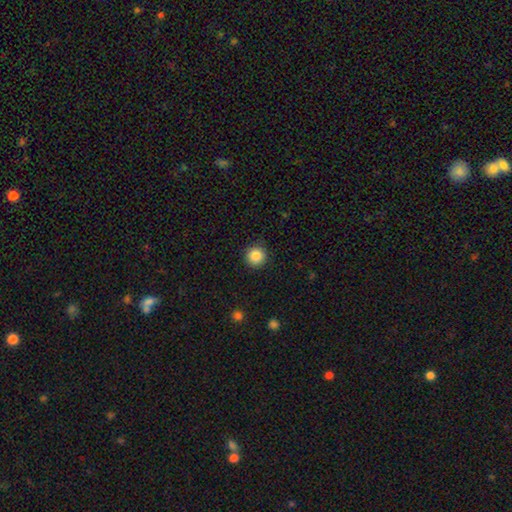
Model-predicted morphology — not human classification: This is clearly a smooth galaxy (87%). How rounded: clearly round (95%). Merging: clearly none (90%).